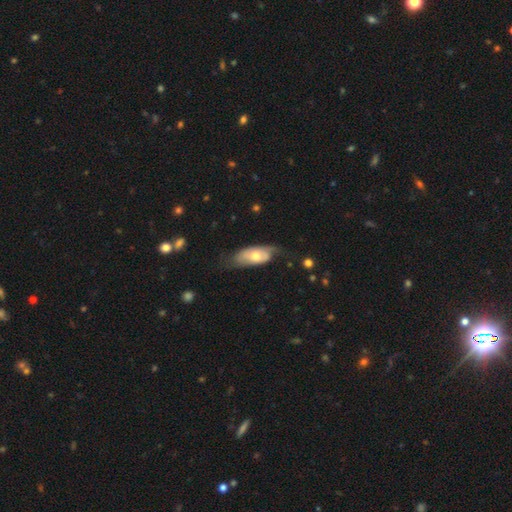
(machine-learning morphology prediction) Smooth or featured? Predicted: featured or disk (p=0.47, tied with smooth). Merging? Predicted: none (p=0.49).